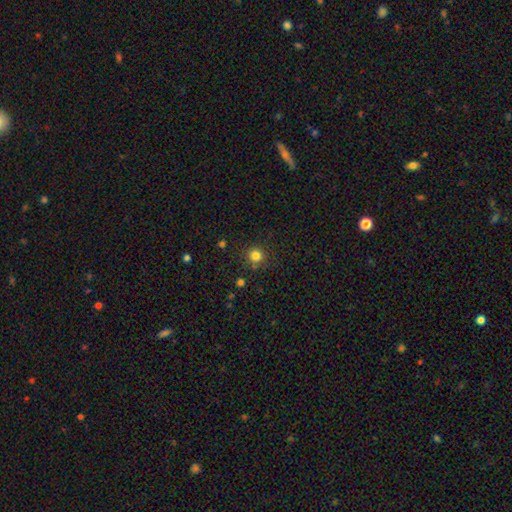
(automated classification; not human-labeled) Overall: smooth (80%). How rounded: round (92%). Merging: none (84%).